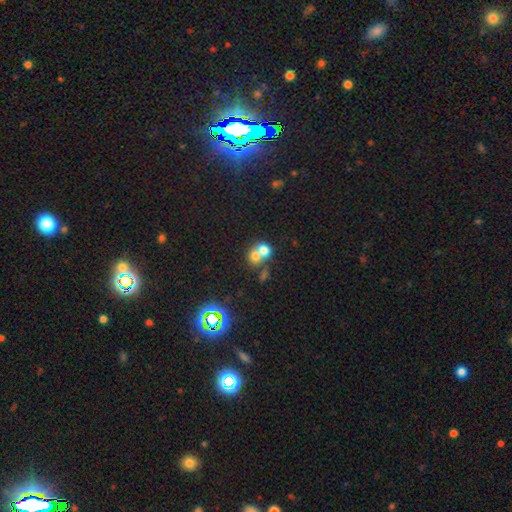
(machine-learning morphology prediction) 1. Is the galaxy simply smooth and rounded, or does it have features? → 67% smooth, 17% featured or disk, 16% star or artifact.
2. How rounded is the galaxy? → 75% round, 24% in between, 1% cigar-shaped.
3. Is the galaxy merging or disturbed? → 62% merger, 29% none, 5% minor disturbance, 3% major disturbance.